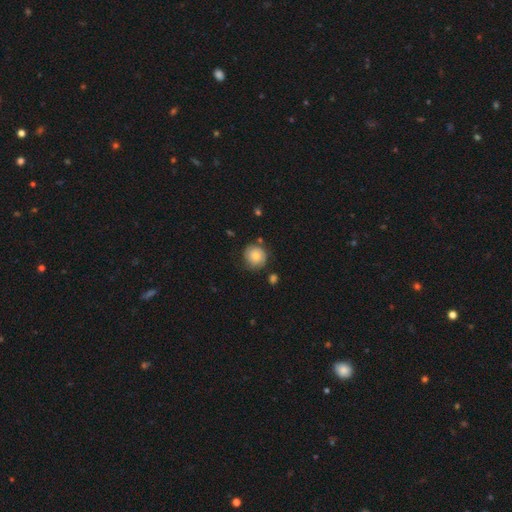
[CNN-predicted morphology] A smooth galaxy with no disk features (60%) that is round (90%). Merging: none (74%).